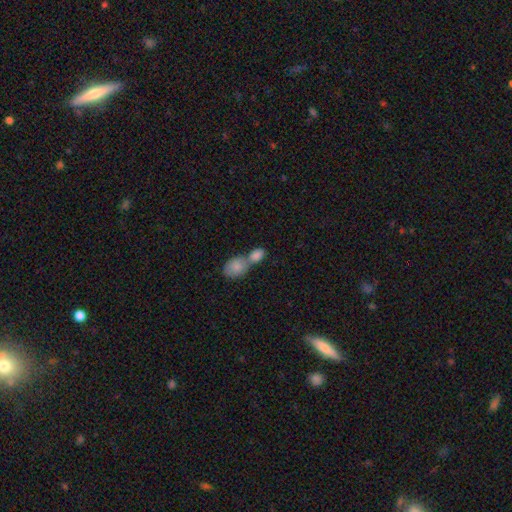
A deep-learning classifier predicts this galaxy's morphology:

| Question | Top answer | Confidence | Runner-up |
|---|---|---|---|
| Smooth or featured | smooth | 84% | featured or disk (9%) |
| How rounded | in between | 74% | round (23%) |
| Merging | merger | 72% | none (20%) |